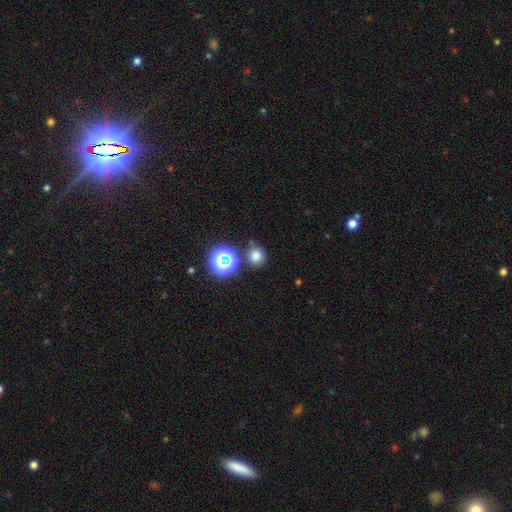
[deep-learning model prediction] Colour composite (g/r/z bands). It shows a smooth galaxy with no disk features (74%) that is round (82%). Merging: none (79%).